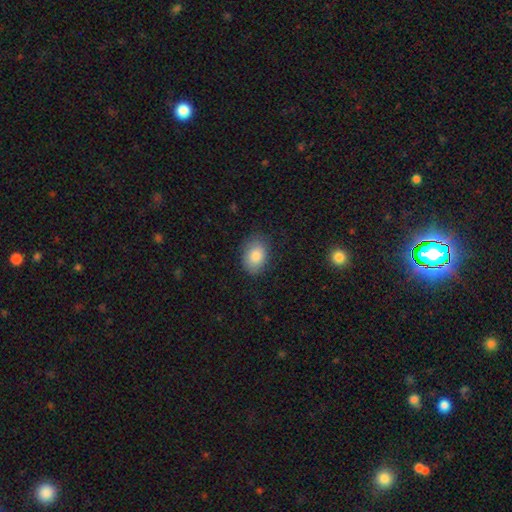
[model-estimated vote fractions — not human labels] This appears to be a smooth galaxy with no disk features (86%) that is in between round and cigar-shaped (77%). Merging: none (79%).